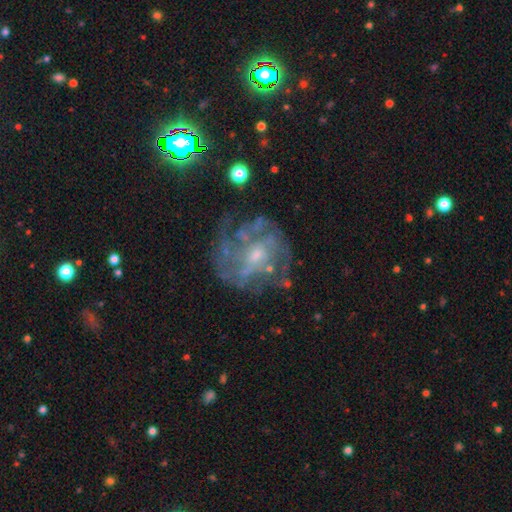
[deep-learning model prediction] Overall: featured or disk (78%). Edge-on disk: no (98%). Bar: no (60%; weak 33%). Spiral arms: yes (71%). Spiral arm count: can't tell (48%; 2 16%). Spiral winding: tight (43%; medium 38%). Bulge size: small (53%; moderate 36%). Merging: none (62%).